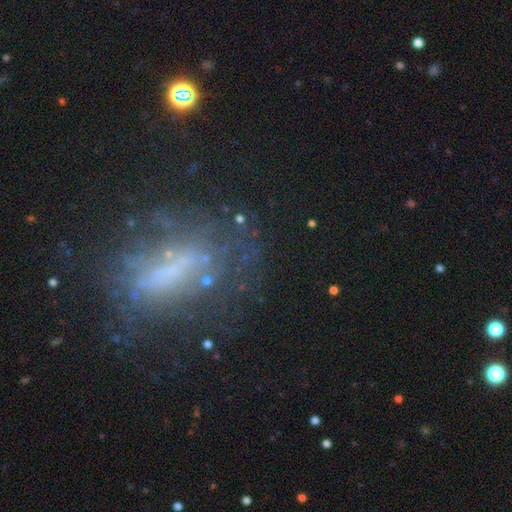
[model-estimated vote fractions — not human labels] Overall: featured or disk (49%; smooth 28%). Merging: none (54%; major disturbance 22%).